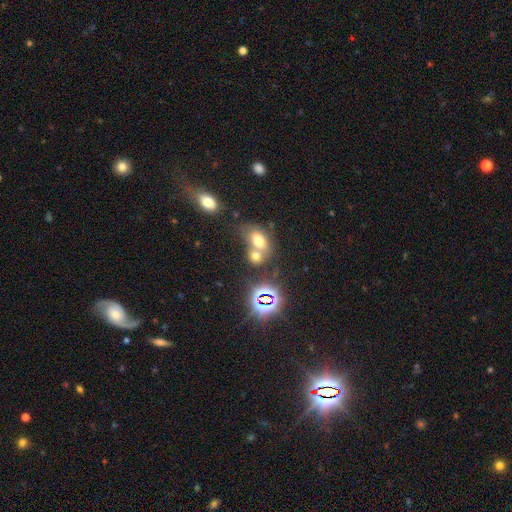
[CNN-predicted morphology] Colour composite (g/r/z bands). It shows a smooth galaxy with no disk features (62%) that is in between round and cigar-shaped (71%). Merging: merger (55%).